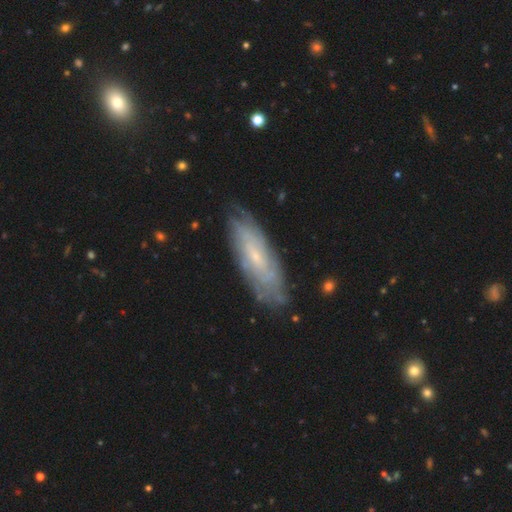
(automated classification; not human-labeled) Overall: featured or disk (70%). Edge-on disk: no (80%). Bar: no (57%; weak 35%). Spiral arms: yes (85%). Bulge size: small (74%). Merging: none (79%).